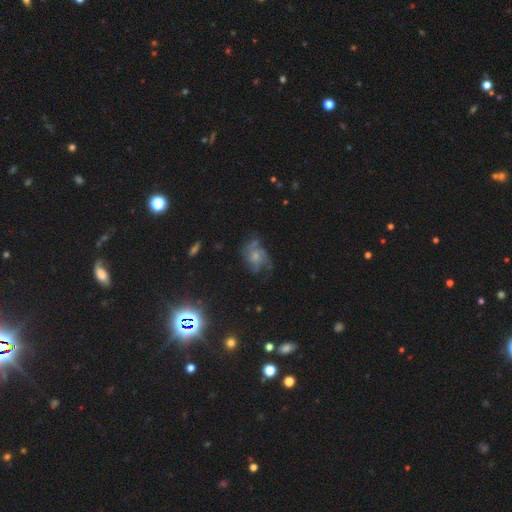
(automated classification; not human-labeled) Smooth or featured?
  - featured or disk: 61% *
  - smooth: 24%
  - star or artifact: 15%
Edge-on disk?
  - no: 97% *
  - yes: 3%
Bar?
  - no: 77% *
  - weak: 20%
  - strong: 3%
Spiral arms?
  - yes: 80% *
  - no: 20%
Bulge size?
  - small: 41% *
  - moderate: 36%
  - none: 16%
  - large: 6%
  - dominant: 2%
Merging?
  - none: 51% *
  - minor disturbance: 24%
  - major disturbance: 22%
  - merger: 3%